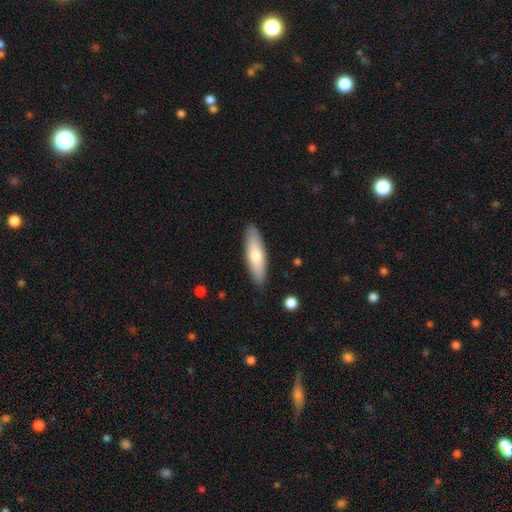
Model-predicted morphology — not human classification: The model was most divided on "how rounded": cigar-shaped: 61%, in between: 38%, round: 2%. More confident: merging — none (89%); smooth or featured — smooth (70%).